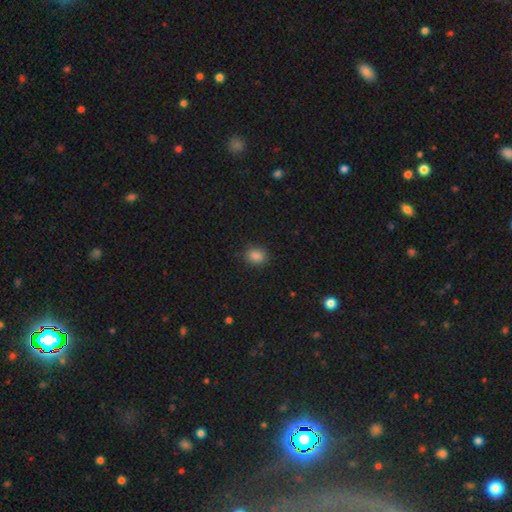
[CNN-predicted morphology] Q: Smooth or featured?
A: smooth (86%); runner-up: star or artifact (11%)
Q: How rounded?
A: round (50%); runner-up: in between (49%)
Q: Merging?
A: none (87%); runner-up: minor disturbance (10%)